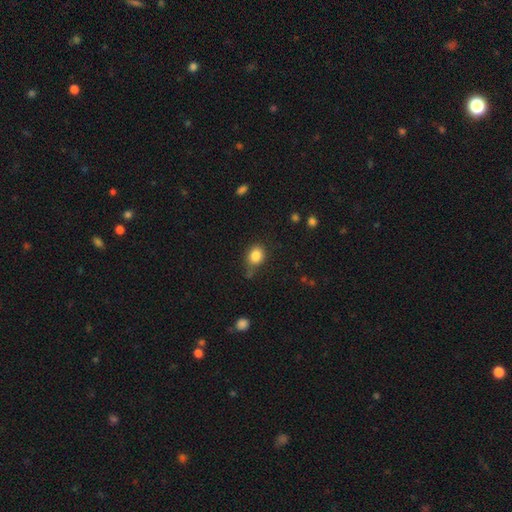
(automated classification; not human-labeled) Smooth or featured? smooth (84%)
How rounded? round (60%)
Merging? none (64%)